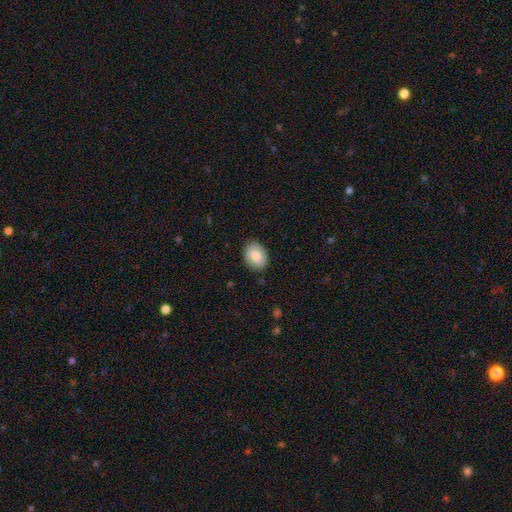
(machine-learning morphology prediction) Smooth or featured? smooth (82%)
How rounded? in between (72%)
Merging? none (84%)